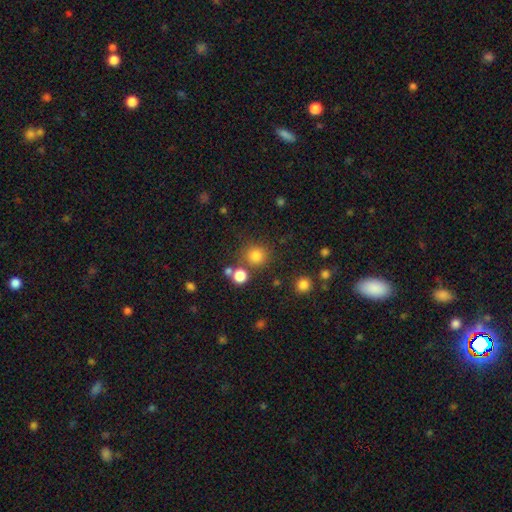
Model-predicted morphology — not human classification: A smooth galaxy with no disk features (81%) that is round (92%). Merging: none (79%).